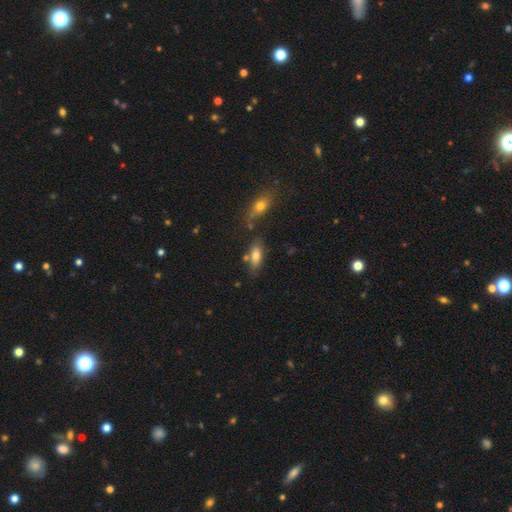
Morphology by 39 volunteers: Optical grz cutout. It shows a smooth galaxy with no disk features (77%) that is in between round and cigar-shaped (67%). Merging: none (74%).